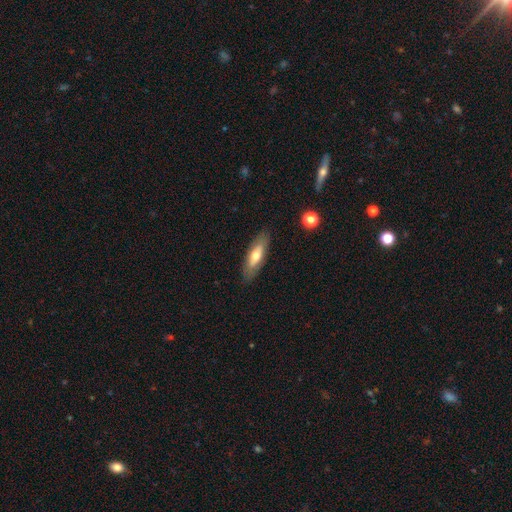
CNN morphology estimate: type=smooth (58%); roundness=in between (52%); merging=none (85%).